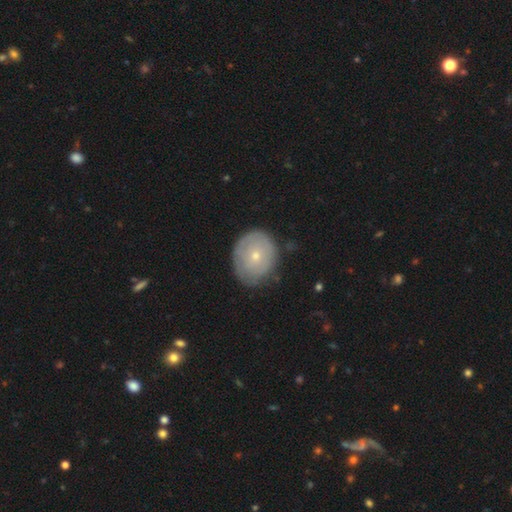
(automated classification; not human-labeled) Smooth or featured? Predicted: smooth (p=0.59). How rounded? Predicted: round (p=0.61). Merging? Predicted: none (p=0.72).